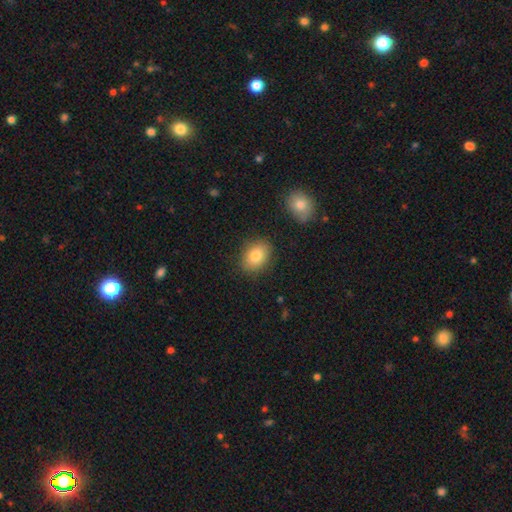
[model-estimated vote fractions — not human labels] smooth_or_featured: smooth (p=0.83) [alt: featured or disk p=0.09]
how_rounded: in between (p=0.71) [alt: round p=0.28]
merging: none (p=0.85) [alt: minor disturbance p=0.10]